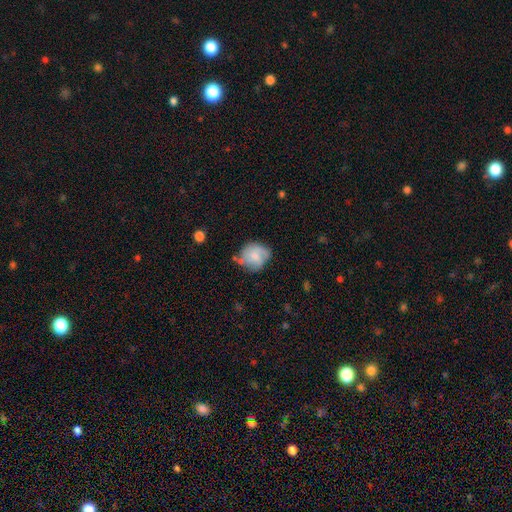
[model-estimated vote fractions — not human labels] Q: Smooth or featured?
A: smooth (62%); runner-up: featured or disk (30%)
Q: How rounded?
A: round (70%); runner-up: in between (29%)
Q: Merging?
A: none (54%); runner-up: minor disturbance (29%)